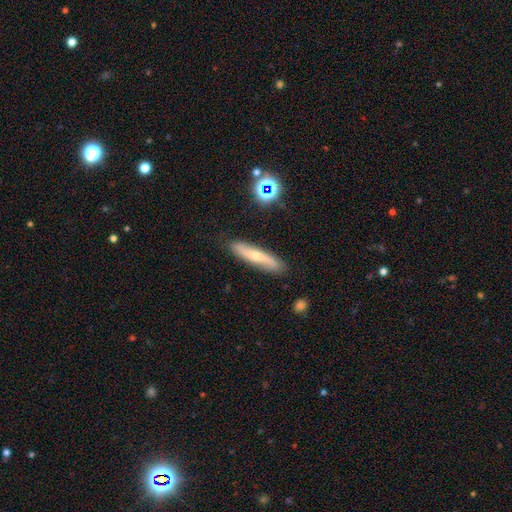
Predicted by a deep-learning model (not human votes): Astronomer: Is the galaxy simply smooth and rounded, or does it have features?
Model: featured or disk — 49% (runner-up: smooth, 43%).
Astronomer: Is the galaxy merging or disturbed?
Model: none — 85%.